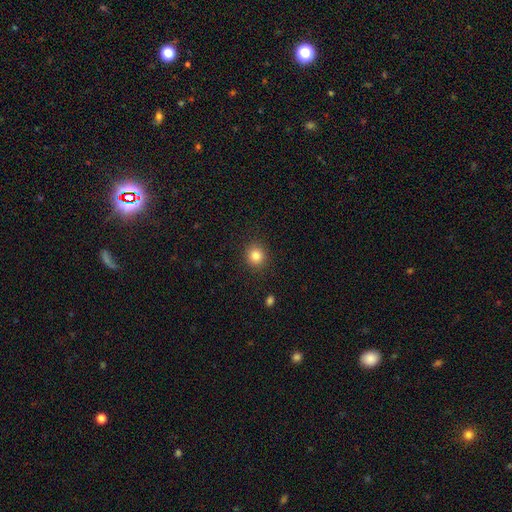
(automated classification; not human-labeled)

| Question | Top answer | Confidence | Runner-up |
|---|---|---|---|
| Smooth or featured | smooth | 84% | star or artifact (11%) |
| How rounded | round | 89% | in between (10%) |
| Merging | none | 90% | minor disturbance (6%) |